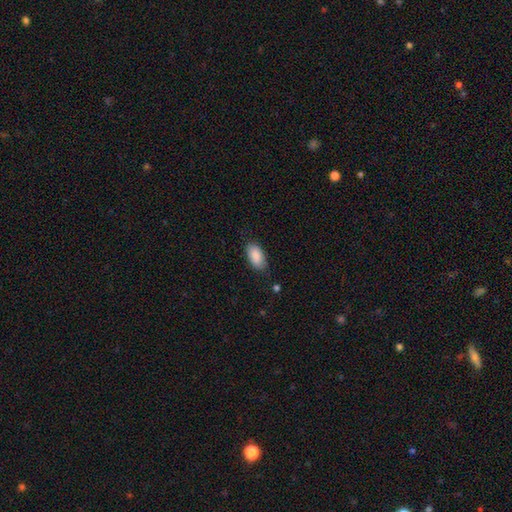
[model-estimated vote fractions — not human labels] Smooth or featured? Predicted: smooth (p=0.88). How rounded? Predicted: in between (p=0.94). Merging? Predicted: none (p=0.79).